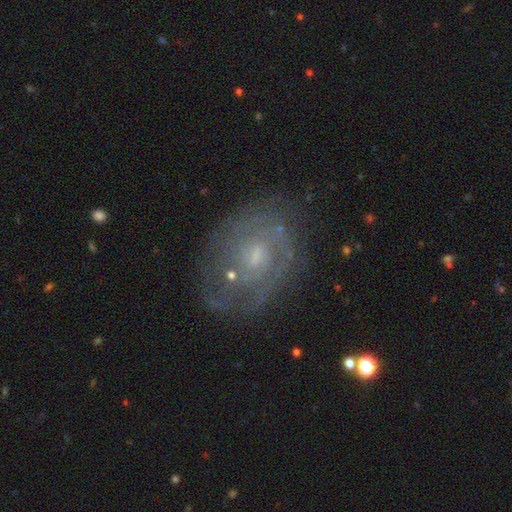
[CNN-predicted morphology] Smooth or featured? featured or disk (78%)
Edge-on disk? no (97%)
Bar? no (50%)
Spiral arms? yes (84%)
Spiral winding? tight (58%)
Spiral arm count? can't tell (41%)
Bulge size? small (53%)
Merging? none (68%)